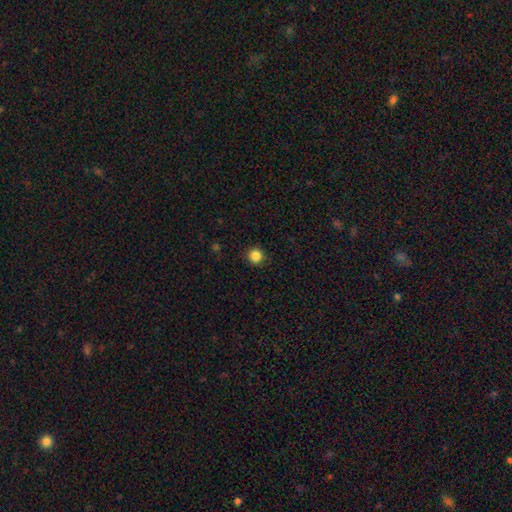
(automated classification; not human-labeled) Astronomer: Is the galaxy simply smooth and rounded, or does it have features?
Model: smooth — 86%.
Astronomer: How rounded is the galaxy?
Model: round — 94%.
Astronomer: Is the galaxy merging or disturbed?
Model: none — 91%.